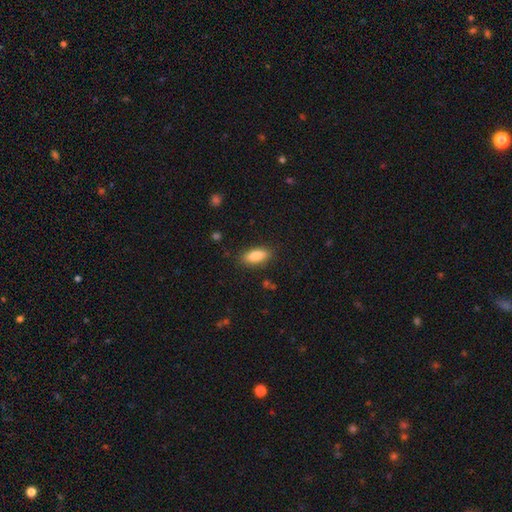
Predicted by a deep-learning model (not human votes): Smooth or featured? smooth (85%)
How rounded? in between (81%)
Merging? none (86%)